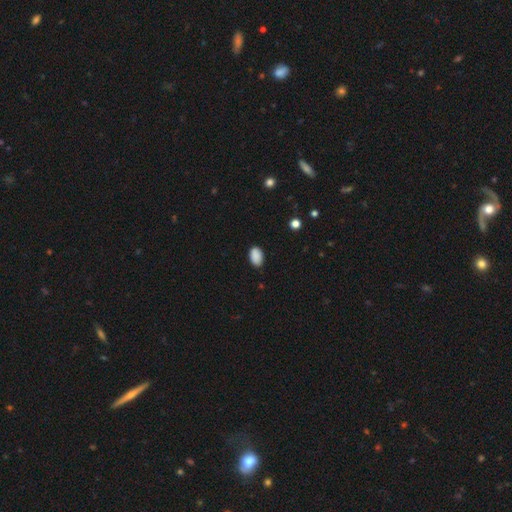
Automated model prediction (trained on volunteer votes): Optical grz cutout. It shows a smooth galaxy with no disk features (89%) that is in between round and cigar-shaped (90%). Merging: none (84%).